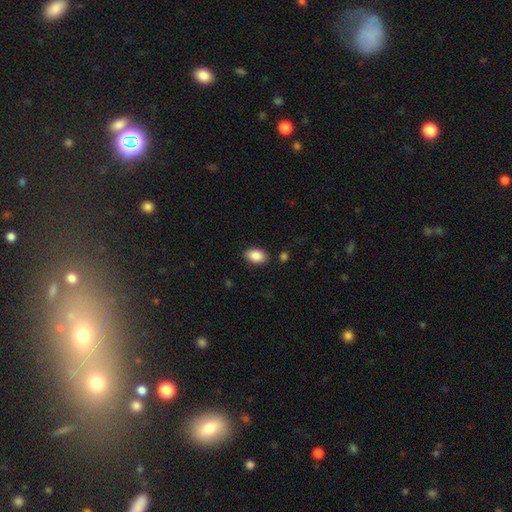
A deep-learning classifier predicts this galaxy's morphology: This is clearly a smooth galaxy (88%). How rounded: clearly in between (89%). Merging: clearly none (86%).